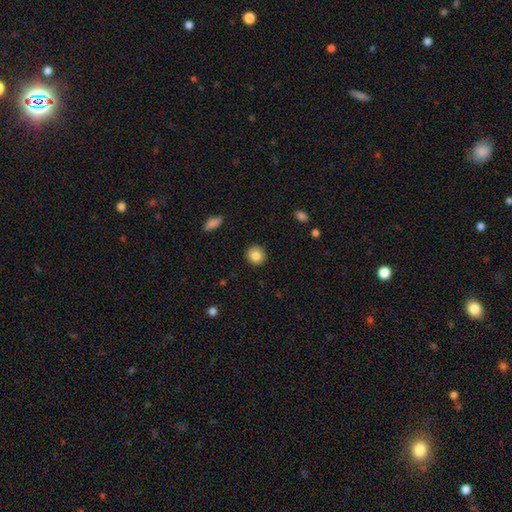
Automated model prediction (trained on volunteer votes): This is clearly a smooth galaxy (85%). How rounded: clearly round (90%). Merging: clearly none (92%).